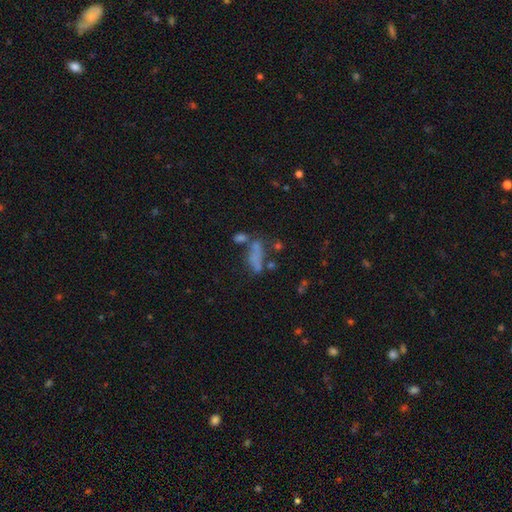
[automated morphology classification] Q: Smooth or featured?
A: smooth (55%); runner-up: featured or disk (24%)
Q: How rounded?
A: in between (57%); runner-up: cigar-shaped (35%)
Q: Merging?
A: none (35%); runner-up: merger (32%)